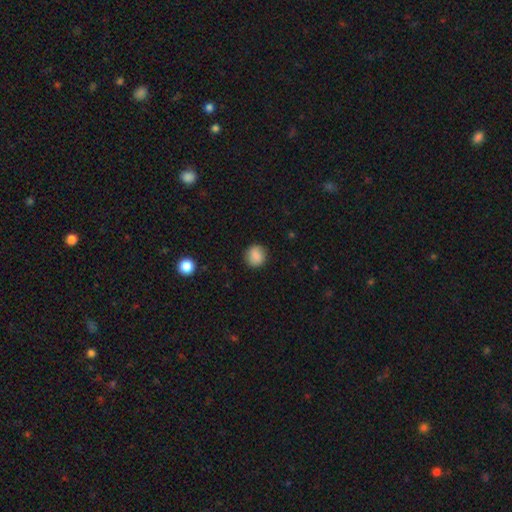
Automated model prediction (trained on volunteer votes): The model was most divided on "smooth or featured": smooth: 86%, star or artifact: 8%, featured or disk: 5%. More confident: how rounded — round (89%); merging — none (88%).